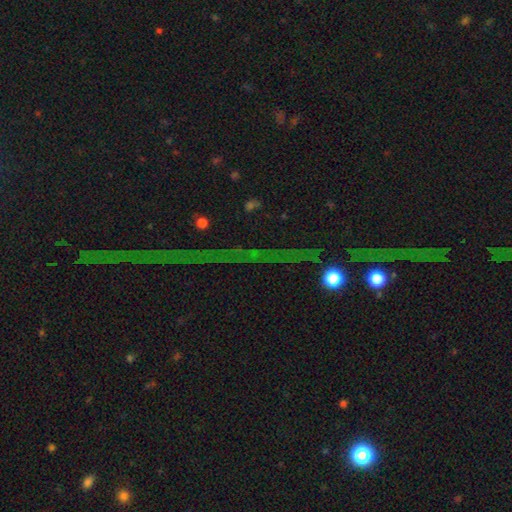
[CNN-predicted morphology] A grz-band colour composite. It shows a star or artifact, not a galaxy (76%).